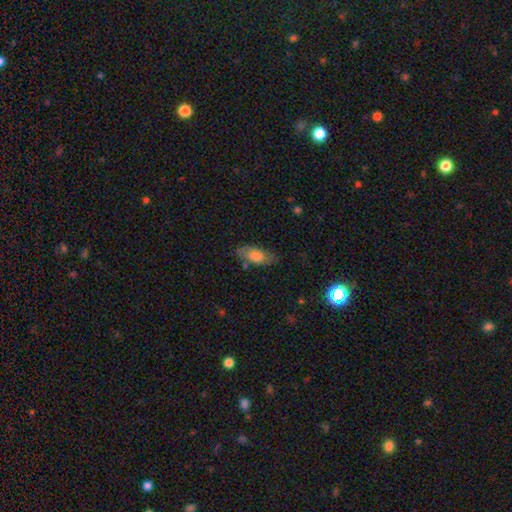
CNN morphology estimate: Smooth or featured? Predicted: smooth (p=0.74). How rounded? Predicted: in between (p=0.85). Merging? Predicted: none (p=0.67).